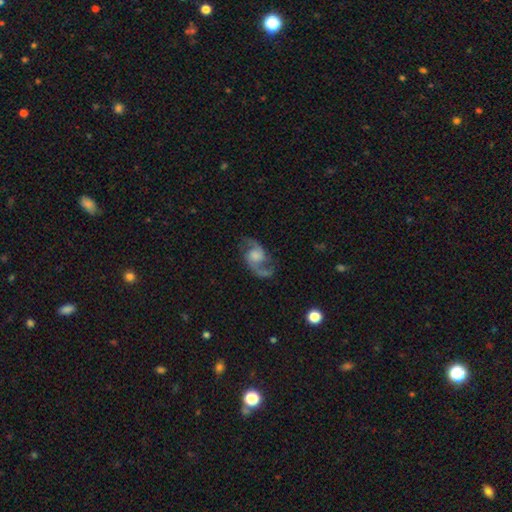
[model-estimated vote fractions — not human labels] Overall: featured or disk (86%). Edge-on disk: no (98%). Bar: no (60%; weak 34%). Spiral arms: yes (96%). Spiral arm count: 2 (92%). Spiral winding: loose (52%; medium 41%). Bulge size: moderate (30%; large 24%). Merging: none (72%).